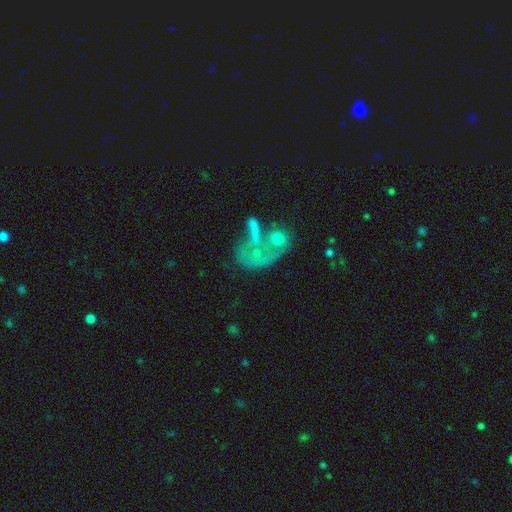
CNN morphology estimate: Smooth or featured? featured or disk (45%)
Merging? merger (47%)